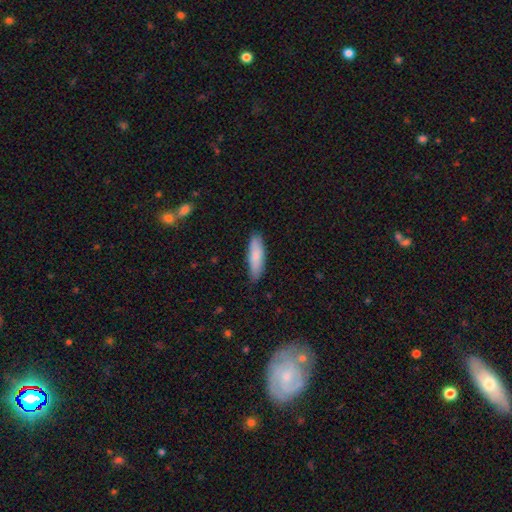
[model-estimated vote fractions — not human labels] Morphology: type=smooth (80%); roundness=cigar-shaped (61%); merging=none (86%).